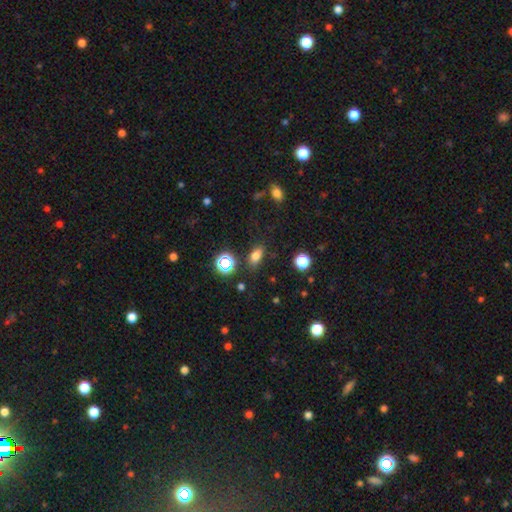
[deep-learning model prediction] Overall: smooth (73%). How rounded: in between (80%). Merging: none (80%).